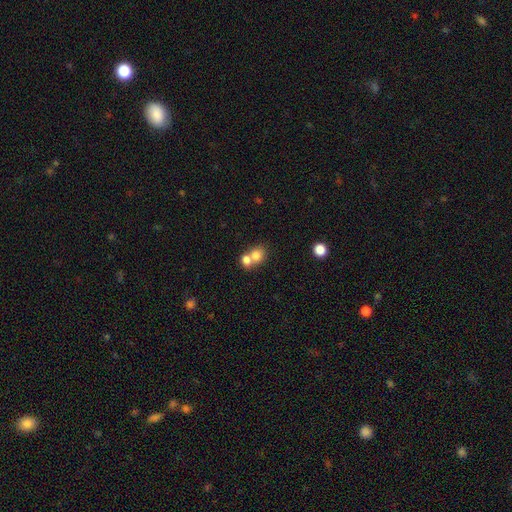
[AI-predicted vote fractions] Smooth or featured: smooth — 77% (featured or disk — 13%)
How rounded: round — 67% (in between — 32%)
Merging: merger — 62% (none — 30%)